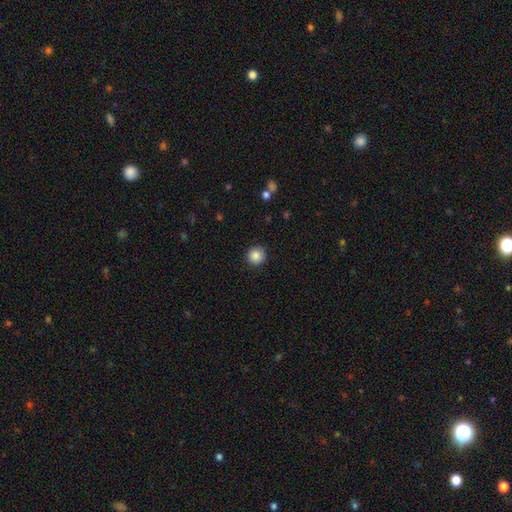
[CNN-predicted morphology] The model was most divided on "smooth or featured": smooth: 86%, star or artifact: 9%, featured or disk: 4%. More confident: how rounded — round (94%); merging — none (90%).